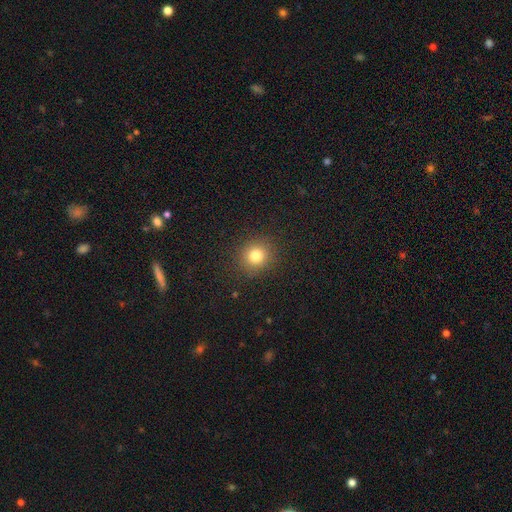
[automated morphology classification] Q: Smooth or featured?
A: smooth (79%); runner-up: star or artifact (14%)
Q: How rounded?
A: round (89%); runner-up: in between (10%)
Q: Merging?
A: none (90%); runner-up: minor disturbance (6%)